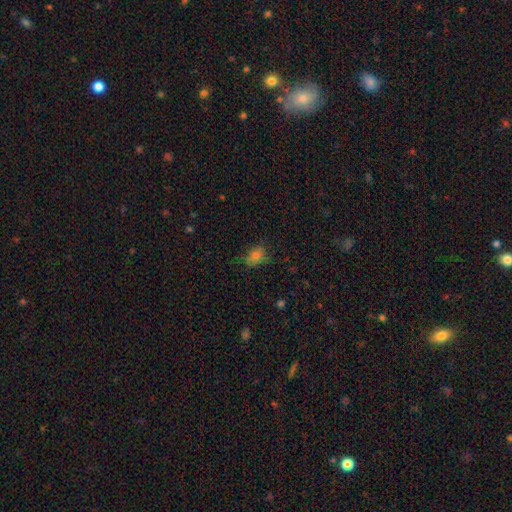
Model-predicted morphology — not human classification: Smooth or featured? smooth (74%)
How rounded? in between (59%)
Merging? none (71%)